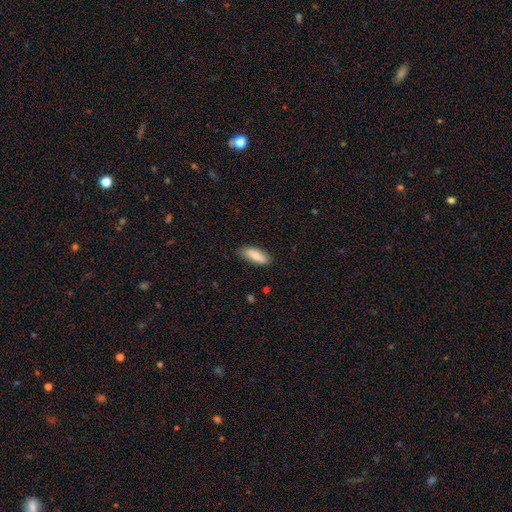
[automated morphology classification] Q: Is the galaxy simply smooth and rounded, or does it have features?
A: smooth — 79%.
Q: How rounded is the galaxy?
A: in between — 73%.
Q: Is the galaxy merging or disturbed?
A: none — 77%.